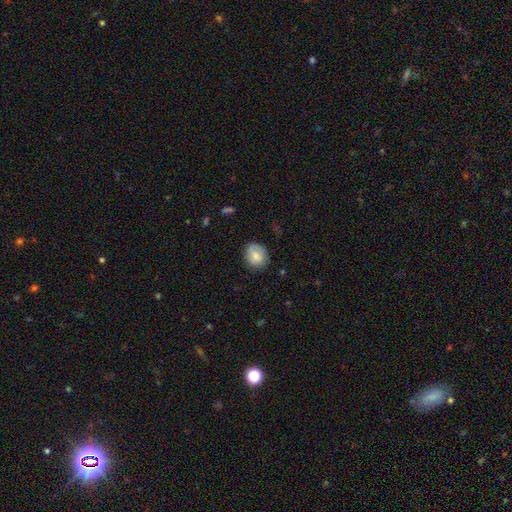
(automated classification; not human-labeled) This appears to be a smooth galaxy with no disk features (77%) that is round (66%). Merging: none (75%).